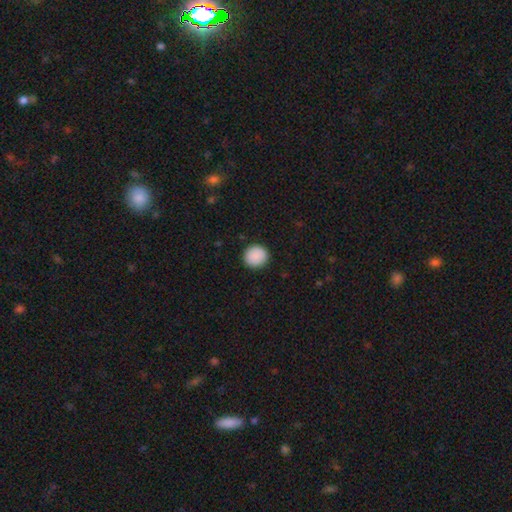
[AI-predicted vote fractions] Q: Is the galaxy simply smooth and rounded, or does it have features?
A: smooth — 90%.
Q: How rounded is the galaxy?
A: round — 90%.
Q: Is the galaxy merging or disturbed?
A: none — 92%.